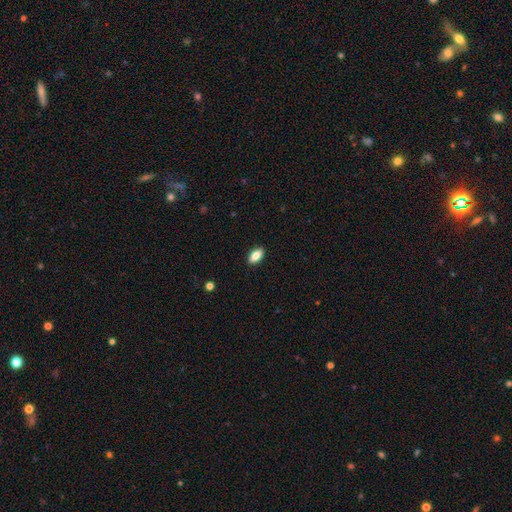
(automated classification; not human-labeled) A smooth galaxy with no disk features (80%) that is in between round and cigar-shaped (88%). Merging: none (89%).